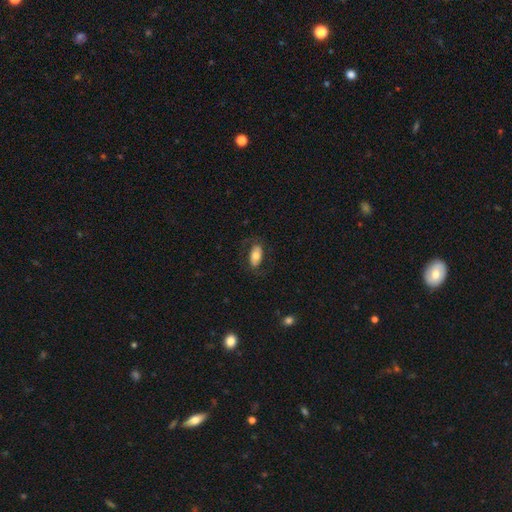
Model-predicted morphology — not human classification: Smooth or featured? Predicted: smooth (p=0.70). How rounded? Predicted: in between (p=0.92). Merging? Predicted: none (p=0.77).